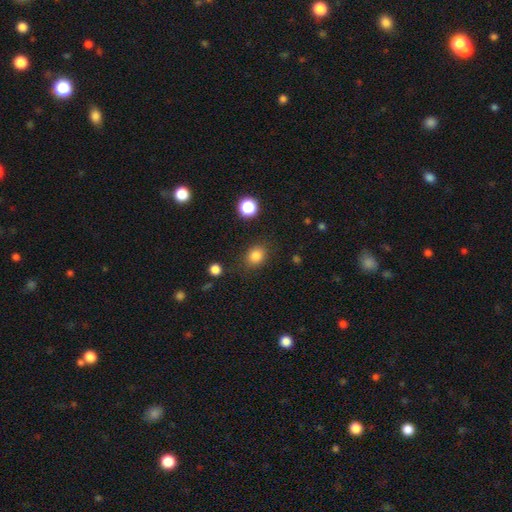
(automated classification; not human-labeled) A smooth galaxy with no disk features (84%) that is round (62%).

Vote fractions:
- Smooth or featured? smooth: 84% / star or artifact: 11% / featured or disk: 5%
- How rounded? round: 62% / in between: 37% / cigar-shaped: 1%
- Merging? none: 82% / minor disturbance: 12% / major disturbance: 4% / merger: 2%